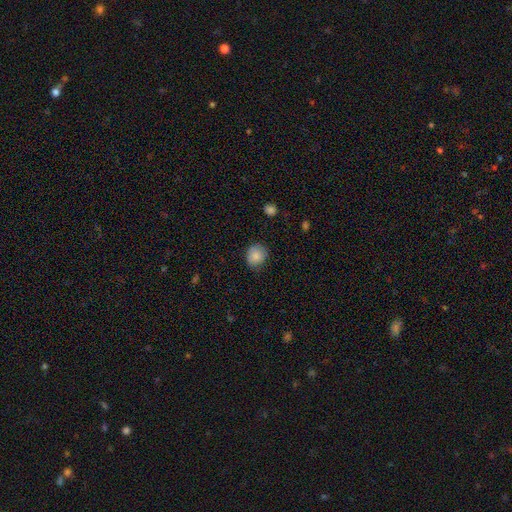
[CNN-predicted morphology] Smooth or featured? smooth (85%)
How rounded? round (74%)
Merging? none (76%)